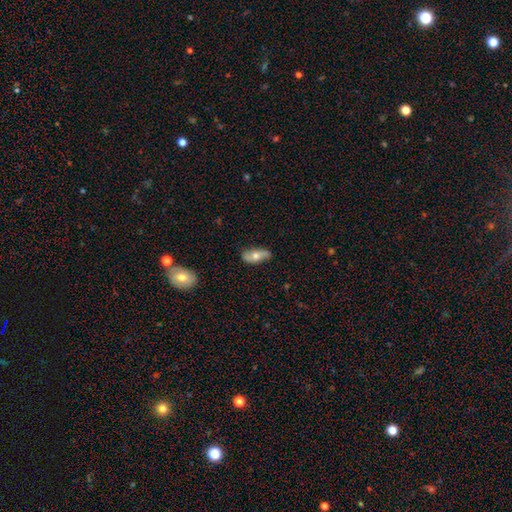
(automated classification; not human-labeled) Smooth or featured: smooth — 59% (featured or disk — 35%)
How rounded: in between — 79% (cigar-shaped — 17%)
Merging: none — 76% (minor disturbance — 19%)